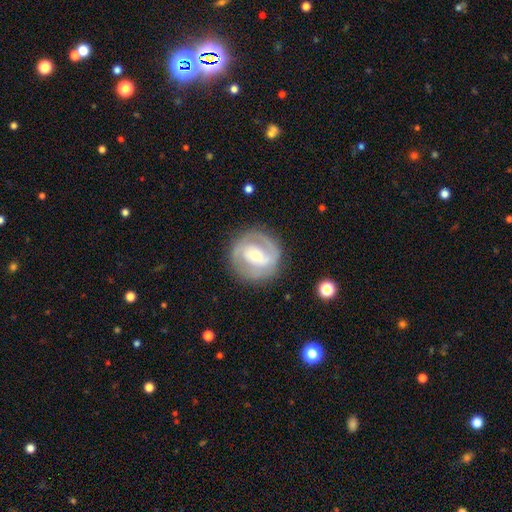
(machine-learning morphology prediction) Smooth or featured? Predicted: featured or disk (p=0.72). Edge-on disk? Predicted: no (p=0.97). Bar? Predicted: weak (p=0.40). Spiral arms? Predicted: yes (p=0.71). Bulge size? Predicted: moderate (p=0.61). Merging? Predicted: none (p=0.81).